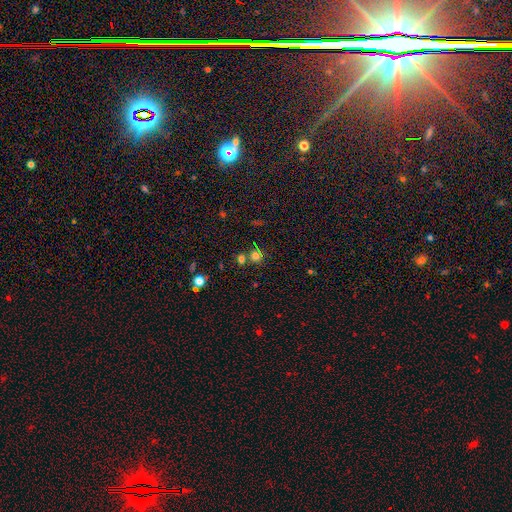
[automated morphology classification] Smooth or featured? Predicted: smooth (p=0.66). How rounded? Predicted: round (p=0.87). Merging? Predicted: none (p=0.62).